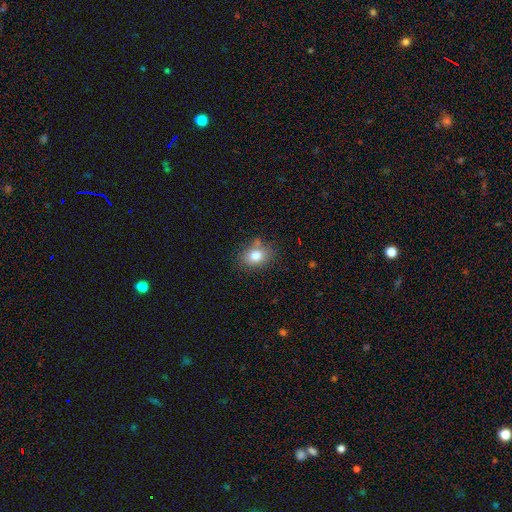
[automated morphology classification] A smooth galaxy with no disk features (80%) that is in between round and cigar-shaped (58%).

Vote fractions:
- Smooth or featured? smooth: 80% / star or artifact: 10% / featured or disk: 10%
- How rounded? in between: 58% / round: 40% / cigar-shaped: 1%
- Merging? none: 74% / minor disturbance: 18% / merger: 5% / major disturbance: 4%